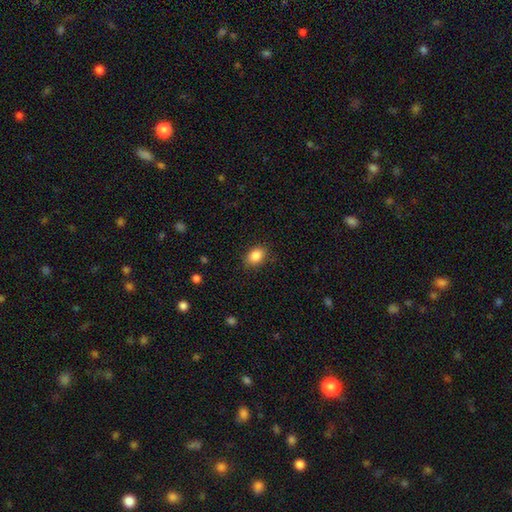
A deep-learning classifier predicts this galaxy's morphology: smooth_or_featured: smooth (p=0.87) [alt: star or artifact p=0.09]
how_rounded: in between (p=0.70) [alt: round p=0.28]
merging: none (p=0.85) [alt: minor disturbance p=0.11]